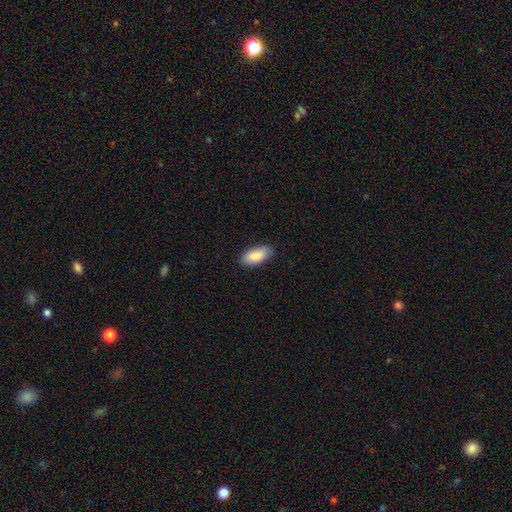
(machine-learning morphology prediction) Overall: smooth (88%). How rounded: in between (90%). Merging: none (86%).